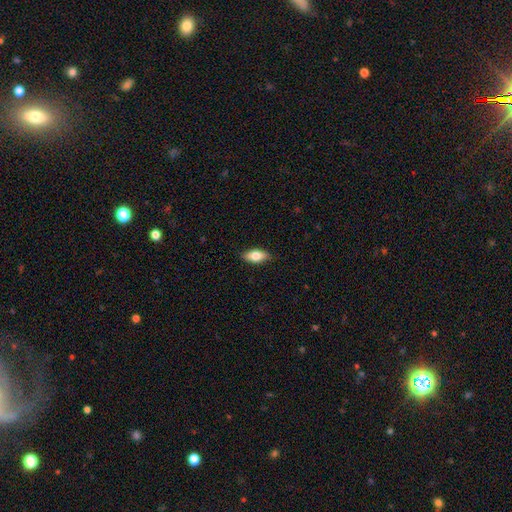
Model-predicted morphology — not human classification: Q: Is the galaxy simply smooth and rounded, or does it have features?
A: smooth — 74%.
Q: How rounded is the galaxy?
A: in between — 85%.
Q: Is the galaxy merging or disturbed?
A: none — 87%.